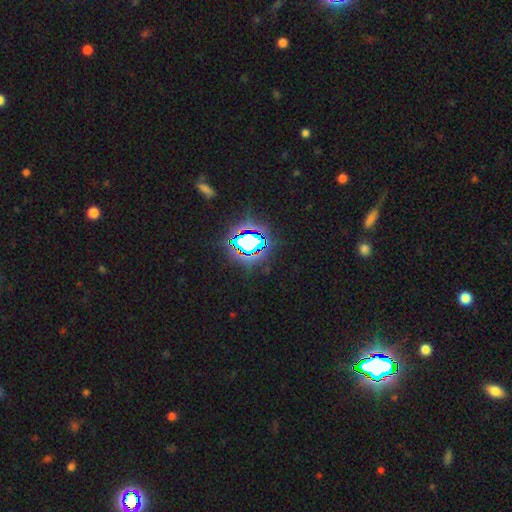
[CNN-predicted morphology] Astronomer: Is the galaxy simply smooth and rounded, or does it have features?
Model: star or artifact — 80%.